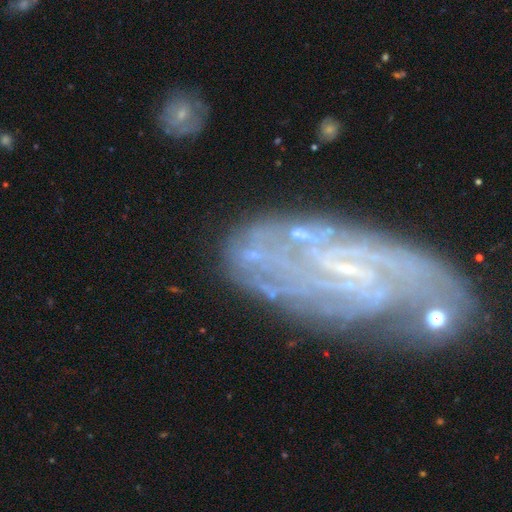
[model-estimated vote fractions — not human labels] Overall: featured or disk (60%; star or artifact 22%). Edge-on disk: no (95%). Bar: no (62%). Spiral arms: yes (53%; no 47%). Bulge size: small (35%; none 34%). Merging: none (49%; minor disturbance 20%).